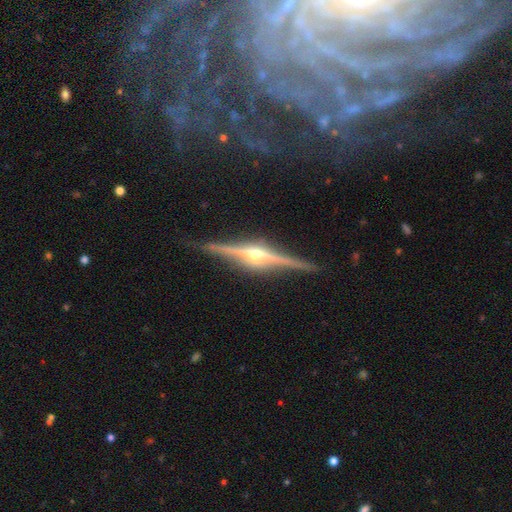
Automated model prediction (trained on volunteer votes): This is clearly a featured or disk galaxy (89%). It is clearly viewed edge-on (98%). Edge-on bulge: clearly rounded (91%). Merging: clearly none (88%).